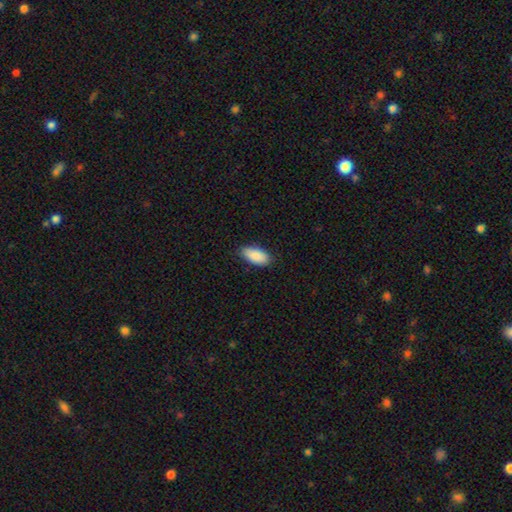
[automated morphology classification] Q: Smooth or featured?
A: smooth (89%); runner-up: star or artifact (6%)
Q: How rounded?
A: in between (92%); runner-up: cigar-shaped (6%)
Q: Merging?
A: none (83%); runner-up: minor disturbance (14%)